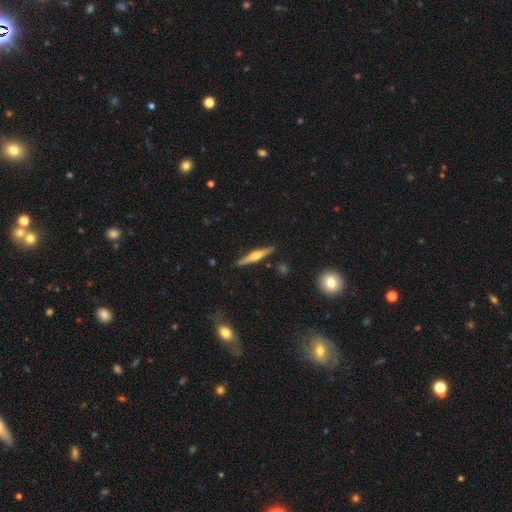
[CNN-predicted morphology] smooth-or-featured: featured or disk: 66% | smooth: 28% | star or artifact: 6%
  disk-edge-on: yes: 97% | no: 3%
    edge-on-bulge: rounded: 93% | none: 3% | boxy: 3%
  merging: none: 89% | minor disturbance: 7% | merger: 2% | major disturbance: 2%